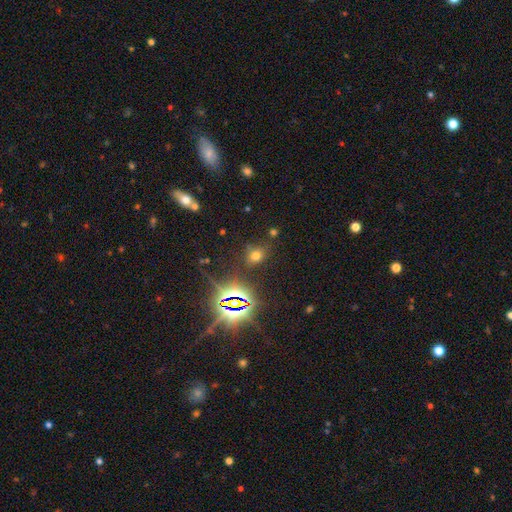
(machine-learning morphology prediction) Smooth or featured? Predicted: smooth (p=0.54). How rounded? Predicted: round (p=0.54). Merging? Predicted: none (p=0.77).